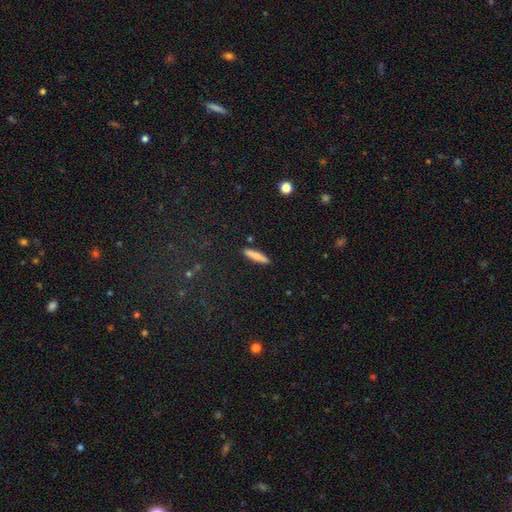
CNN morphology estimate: smooth-or-featured: smooth: 80% | featured or disk: 13% | star or artifact: 7%
  how-rounded: cigar-shaped: 84% | in between: 15% | round: 2%
  merging: none: 89% | minor disturbance: 8% | major disturbance: 2% | merger: 2%